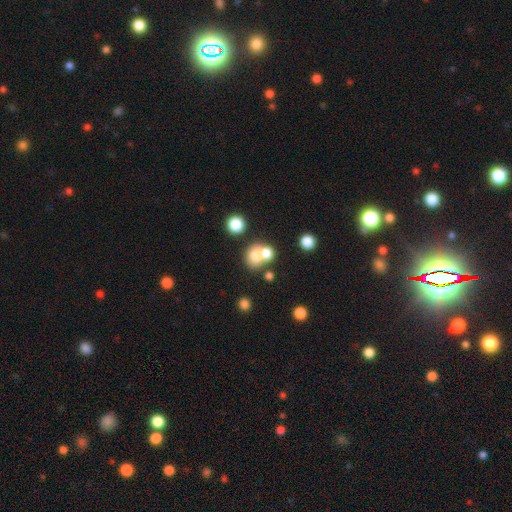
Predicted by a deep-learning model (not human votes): This is likely a smooth galaxy (66%). How rounded: possibly round (55%). Merging: possibly merger (57%).